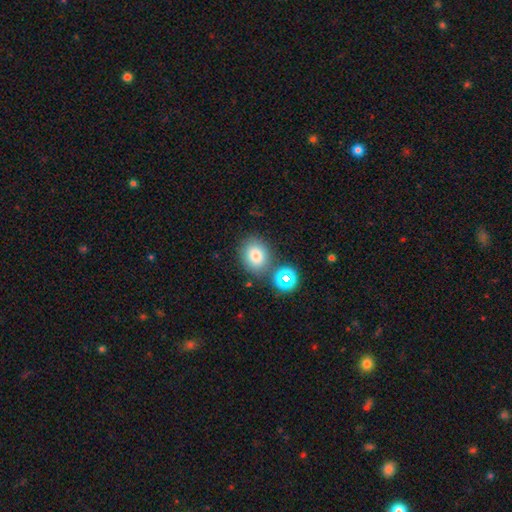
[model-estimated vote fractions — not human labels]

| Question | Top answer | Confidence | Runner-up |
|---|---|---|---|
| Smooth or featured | smooth | 77% | star or artifact (13%) |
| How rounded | round | 53% | in between (46%) |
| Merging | none | 73% | minor disturbance (12%) |